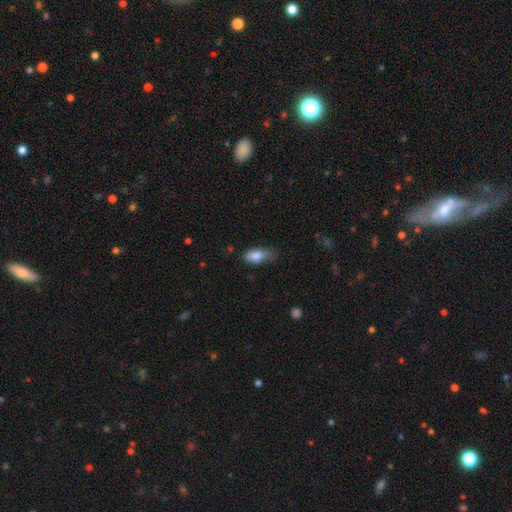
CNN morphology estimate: A smooth galaxy with no disk features (82%) that is in between round and cigar-shaped (84%).

Vote fractions:
- Smooth or featured? smooth: 82% / featured or disk: 11% / star or artifact: 8%
- How rounded? in between: 84% / cigar-shaped: 12% / round: 4%
- Merging? minor disturbance: 42% / none: 41% / major disturbance: 14% / merger: 3%